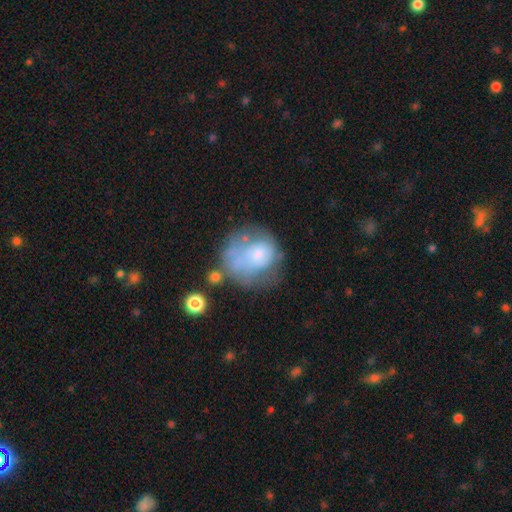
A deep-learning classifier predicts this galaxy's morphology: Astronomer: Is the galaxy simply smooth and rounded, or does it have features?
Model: smooth — 52% (runner-up: featured or disk, 37%).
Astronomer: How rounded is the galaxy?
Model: round — 70%.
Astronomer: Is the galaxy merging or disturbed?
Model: none — 32% (runner-up: major disturbance, 31%).